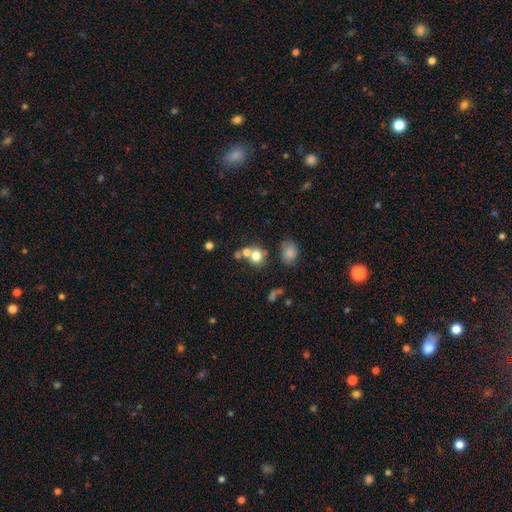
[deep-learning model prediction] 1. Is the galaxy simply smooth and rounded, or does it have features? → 73% smooth, 14% star or artifact, 14% featured or disk.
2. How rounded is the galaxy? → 77% round, 22% in between, 1% cigar-shaped.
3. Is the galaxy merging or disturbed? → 44% none, 41% merger, 9% minor disturbance, 5% major disturbance.